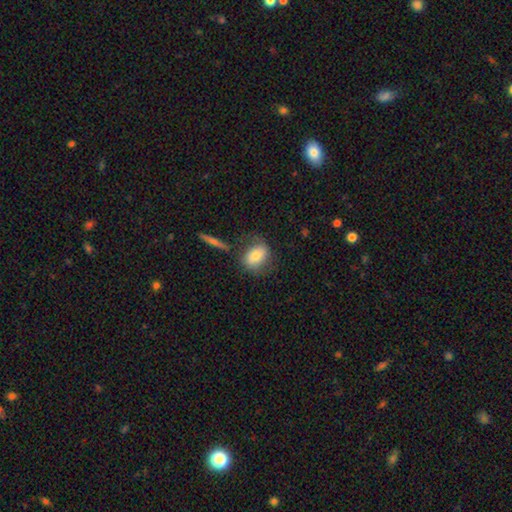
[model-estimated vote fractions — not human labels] Smooth or featured? smooth (70%)
How rounded? in between (63%)
Merging? none (61%)